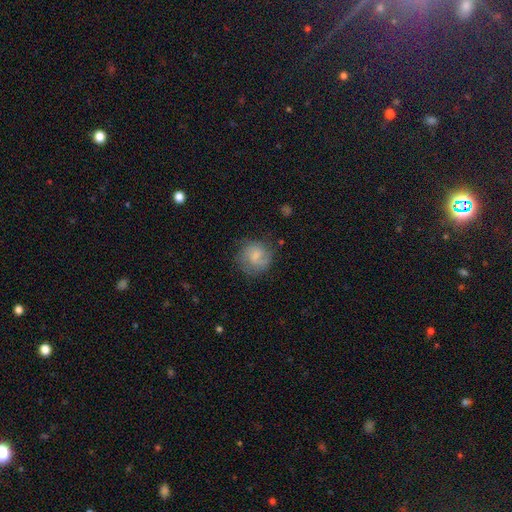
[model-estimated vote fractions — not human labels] Overall: smooth (53%; featured or disk 39%). How rounded: round (85%). Merging: none (67%).